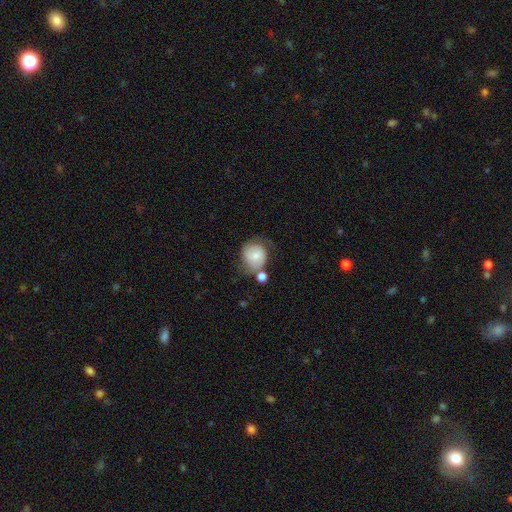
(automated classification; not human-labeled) Smooth or featured? smooth (67%)
How rounded? round (79%)
Merging? none (48%)